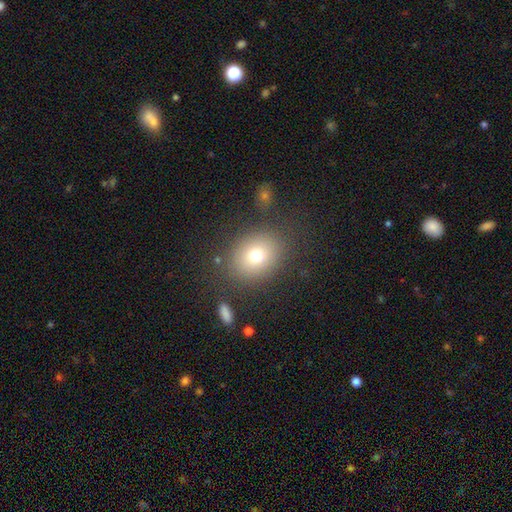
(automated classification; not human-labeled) A smooth galaxy with no disk features (74%) that is round (54%). Merging: none (81%).